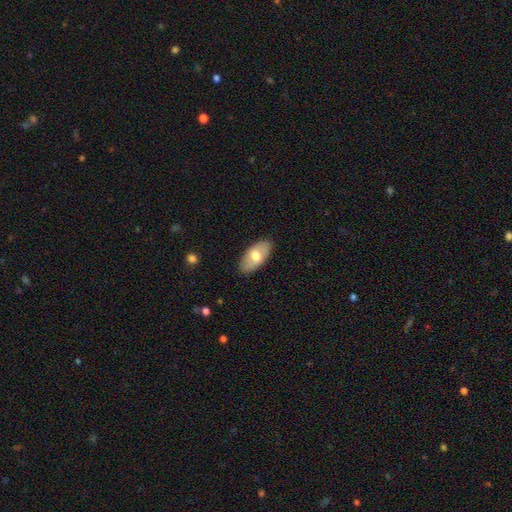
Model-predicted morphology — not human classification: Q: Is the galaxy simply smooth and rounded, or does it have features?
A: smooth — 61%.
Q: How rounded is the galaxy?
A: in between — 94%.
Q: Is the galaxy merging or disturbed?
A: none — 85%.